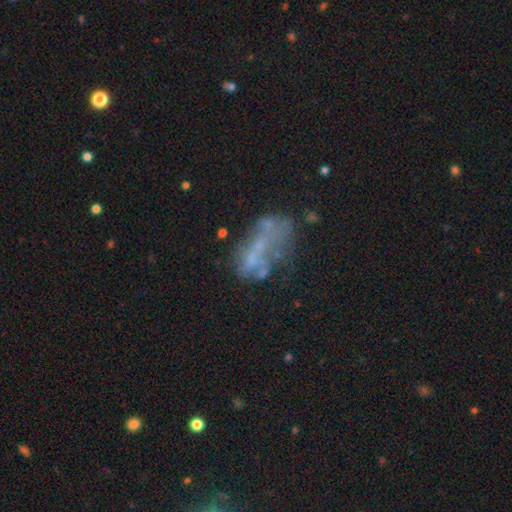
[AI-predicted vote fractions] Smooth or featured? featured or disk (55%)
Edge-on disk? no (96%)
Bar? no (87%)
Spiral arms? no (93%)
Bulge size? none (73%)
Merging? none (35%)